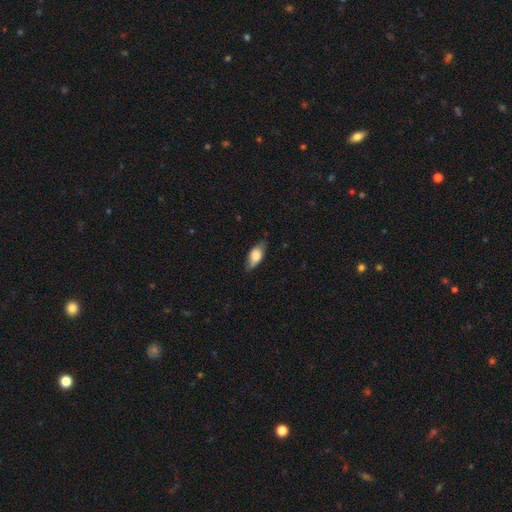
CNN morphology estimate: This is likely a smooth galaxy (68%). How rounded: clearly in between (84%). Merging: likely none (74%).